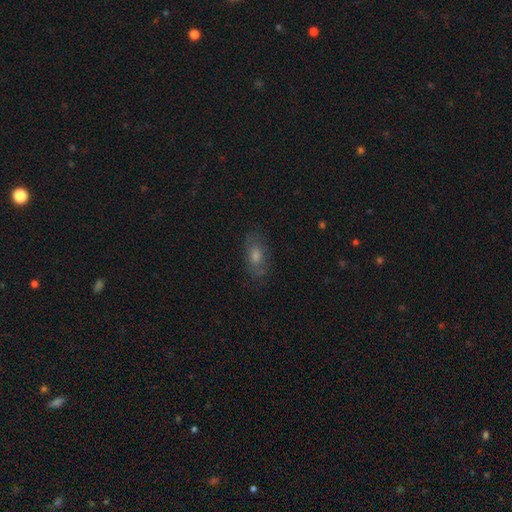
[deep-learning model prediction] A smooth galaxy with no disk features (54%) that is in between round and cigar-shaped (80%). Merging: none (80%).